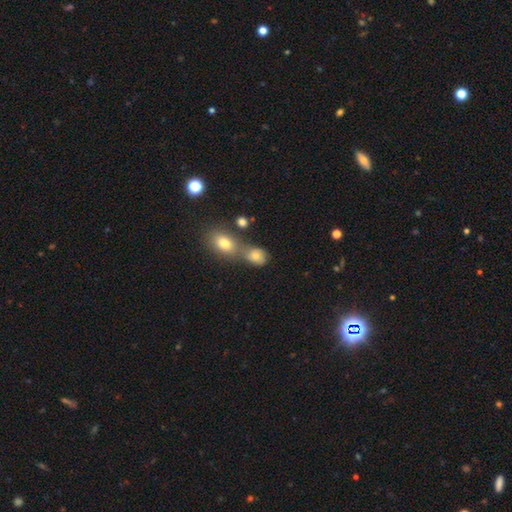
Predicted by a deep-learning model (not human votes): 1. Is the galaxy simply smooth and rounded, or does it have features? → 76% smooth, 13% star or artifact, 11% featured or disk.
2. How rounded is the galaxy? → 52% in between, 46% round, 2% cigar-shaped.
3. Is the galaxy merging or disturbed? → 46% none, 38% merger, 12% minor disturbance, 5% major disturbance.